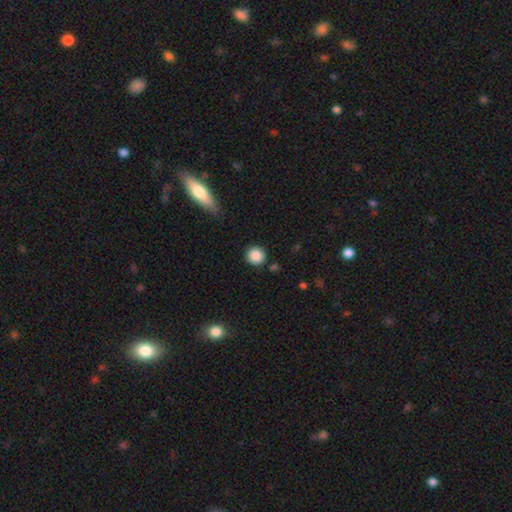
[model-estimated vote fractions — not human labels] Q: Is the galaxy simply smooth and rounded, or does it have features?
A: smooth — 88%.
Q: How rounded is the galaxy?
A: round — 94%.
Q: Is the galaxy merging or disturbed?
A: none — 88%.